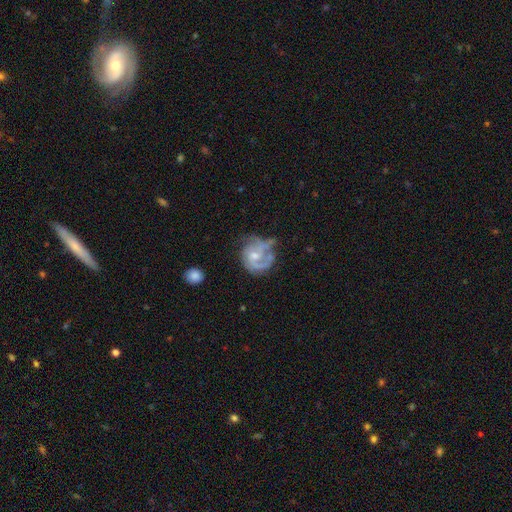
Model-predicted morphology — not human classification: featured or disk 77%, smooth 18%, star or artifact 6%. Down the decision tree: edge-on disk — no (98%); bar — no (60%); spiral arms — yes (88%); spiral arm count — 2 (45%); spiral winding — medium (43%); bulge size — moderate (48%); merging — none (44%).